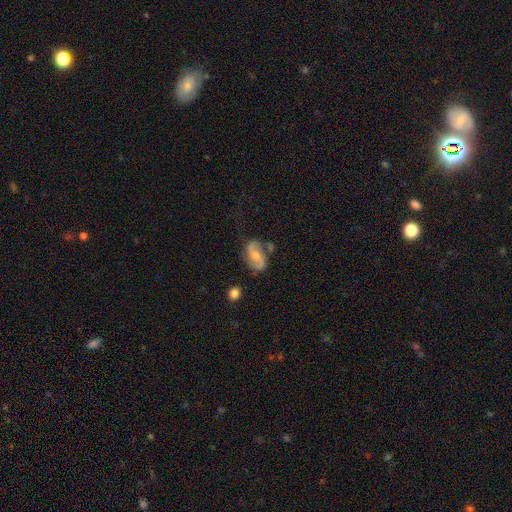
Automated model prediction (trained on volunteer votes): Morphology: type=featured or disk (73%); edge-on=no (97%); bar=no (47%); spiral arms=yes (92%); winding=loose (43%); arm count=2 (91%); bulge=moderate (58%); merging=none (65%).